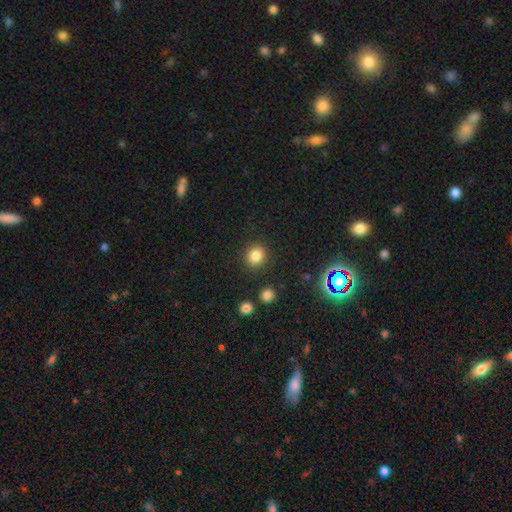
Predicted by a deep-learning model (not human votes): Q: Smooth or featured?
A: smooth (82%); runner-up: star or artifact (13%)
Q: How rounded?
A: round (80%); runner-up: in between (19%)
Q: Merging?
A: none (87%); runner-up: minor disturbance (7%)